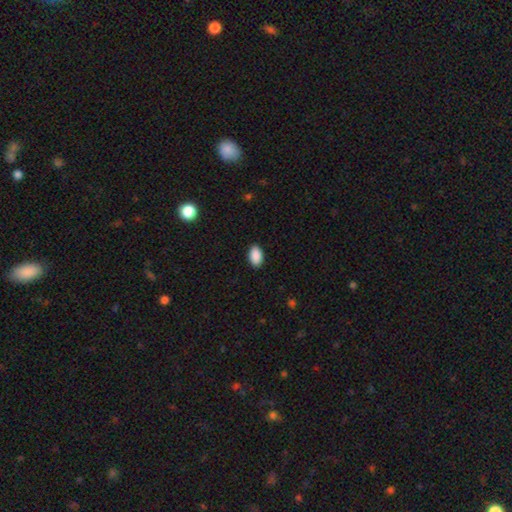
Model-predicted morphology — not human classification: A smooth galaxy with no disk features (90%) that is in between round and cigar-shaped (94%). Merging: none (90%).